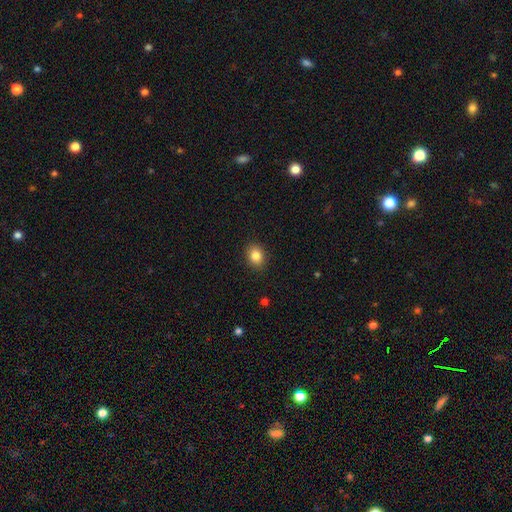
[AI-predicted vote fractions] This is clearly a smooth galaxy (85%). How rounded: possibly in between (51%). Merging: clearly none (89%).